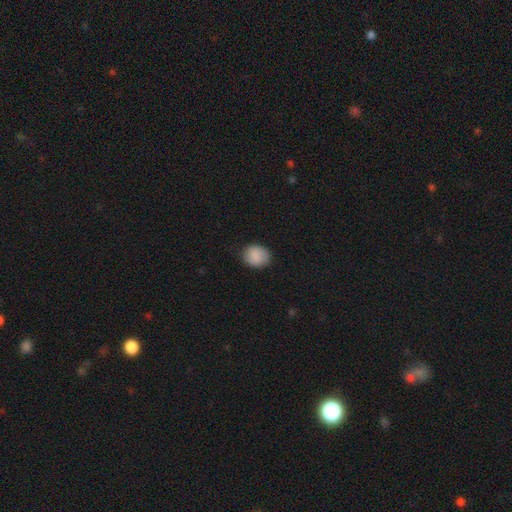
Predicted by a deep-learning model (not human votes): Smooth or featured?
  - smooth: 86% *
  - star or artifact: 7%
  - featured or disk: 6%
How rounded?
  - round: 57% *
  - in between: 42%
  - cigar-shaped: 1%
Merging?
  - none: 81% *
  - minor disturbance: 15%
  - major disturbance: 3%
  - merger: 1%